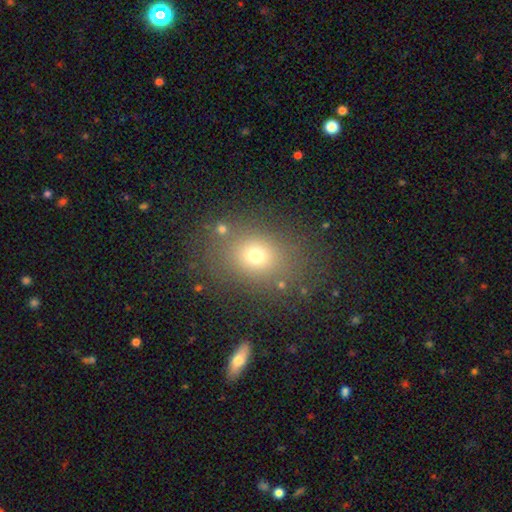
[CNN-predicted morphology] A smooth galaxy with no disk features (69%) that is round (50%). Merging: none (79%).